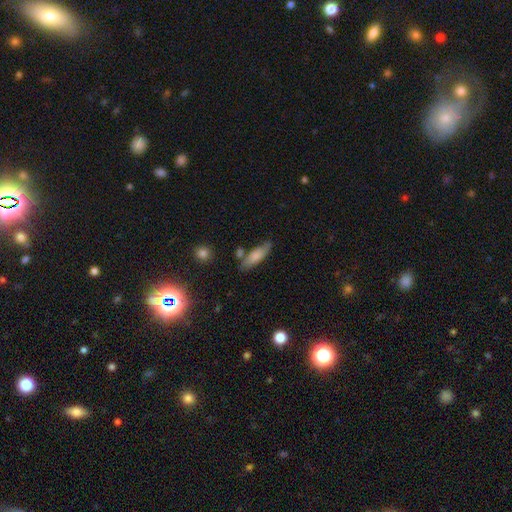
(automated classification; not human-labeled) This appears to be a smooth galaxy with no disk features (75%) that is cigar-shaped (50%). Merging: none (67%).